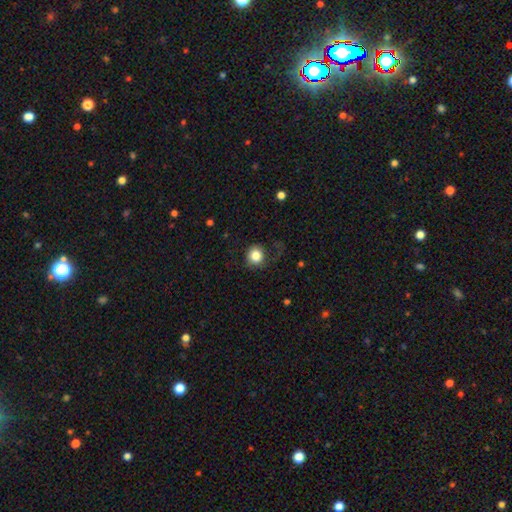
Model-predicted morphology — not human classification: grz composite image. It shows a smooth galaxy with no disk features (83%) that is round (87%). Merging: none (71%).